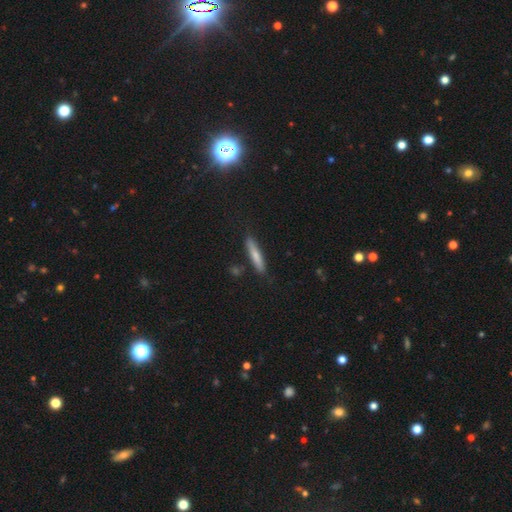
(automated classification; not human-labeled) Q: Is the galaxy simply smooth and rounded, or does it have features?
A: smooth — 69%.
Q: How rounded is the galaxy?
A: cigar-shaped — 90%.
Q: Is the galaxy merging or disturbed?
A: none — 85%.